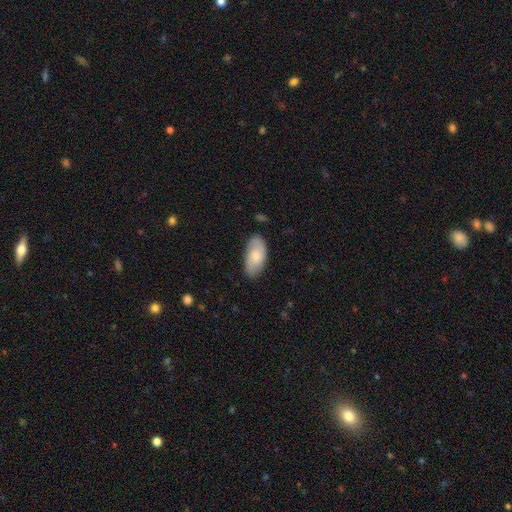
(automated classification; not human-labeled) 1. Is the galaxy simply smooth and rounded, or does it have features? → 69% smooth, 25% featured or disk, 6% star or artifact.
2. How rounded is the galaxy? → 94% in between, 3% cigar-shaped, 3% round.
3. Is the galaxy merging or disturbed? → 77% none, 18% minor disturbance, 4% major disturbance, 1% merger.